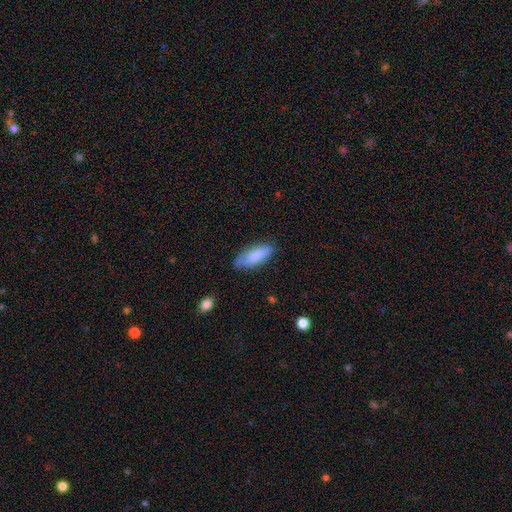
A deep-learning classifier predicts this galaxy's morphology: A smooth galaxy with no disk features (84%) that is in between round and cigar-shaped (72%).

Vote fractions:
- Smooth or featured? smooth: 84% / featured or disk: 10% / star or artifact: 6%
- How rounded? in between: 72% / cigar-shaped: 27% / round: 2%
- Merging? none: 75% / minor disturbance: 20% / major disturbance: 4% / merger: 2%